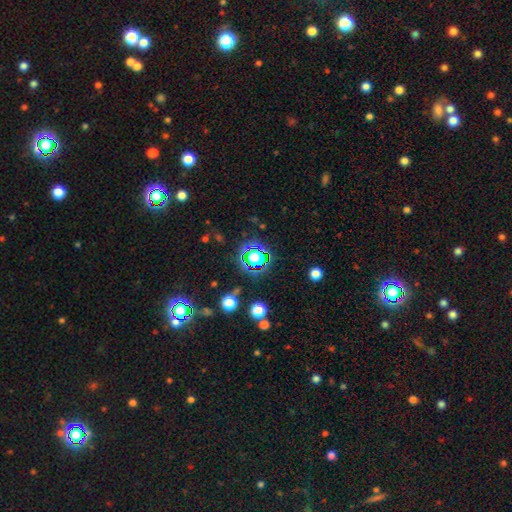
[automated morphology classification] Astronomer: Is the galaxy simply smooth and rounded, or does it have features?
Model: star or artifact — 56% (runner-up: smooth, 33%).